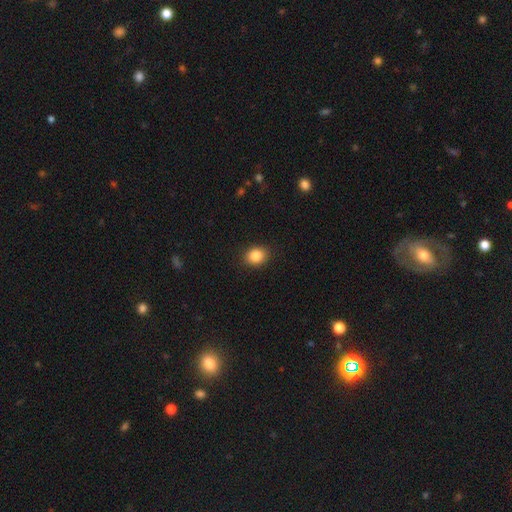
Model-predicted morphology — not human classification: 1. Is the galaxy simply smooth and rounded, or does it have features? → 85% smooth, 10% star or artifact, 5% featured or disk.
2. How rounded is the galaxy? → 61% round, 38% in between, 1% cigar-shaped.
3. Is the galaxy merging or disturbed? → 89% none, 7% minor disturbance, 2% major disturbance, 1% merger.